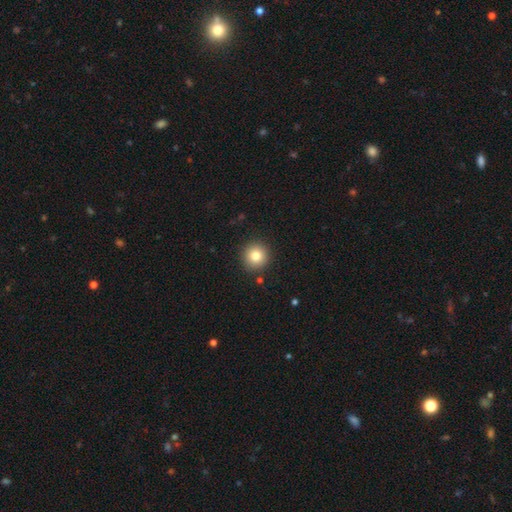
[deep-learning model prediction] A smooth galaxy with no disk features (81%) that is round (95%). Merging: none (90%).